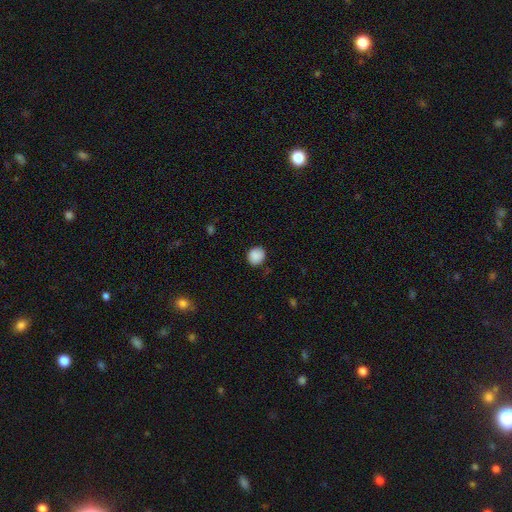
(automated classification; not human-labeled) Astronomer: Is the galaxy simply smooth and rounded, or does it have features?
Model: smooth — 88%.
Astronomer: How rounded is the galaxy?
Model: round — 82%.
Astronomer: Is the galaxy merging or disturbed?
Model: none — 82%.